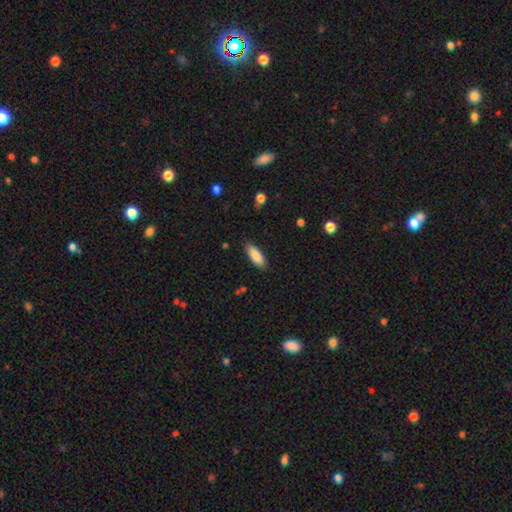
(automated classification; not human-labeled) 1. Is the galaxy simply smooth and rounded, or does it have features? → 86% smooth, 8% featured or disk, 6% star or artifact.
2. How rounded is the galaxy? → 67% in between, 31% cigar-shaped, 2% round.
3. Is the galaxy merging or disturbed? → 87% none, 10% minor disturbance, 2% major disturbance, 1% merger.